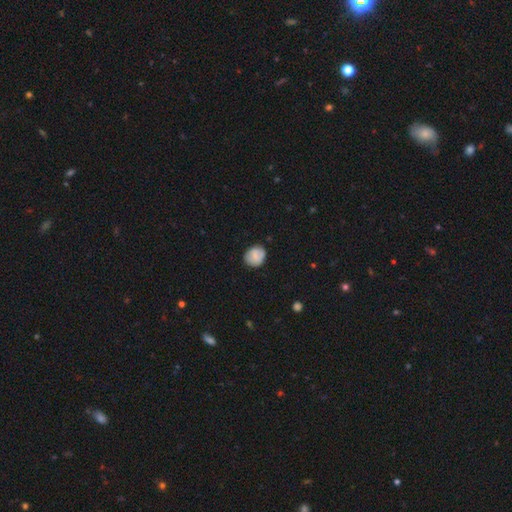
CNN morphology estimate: This is likely a smooth galaxy (76%). How rounded: likely round (66%). Merging: likely none (76%).